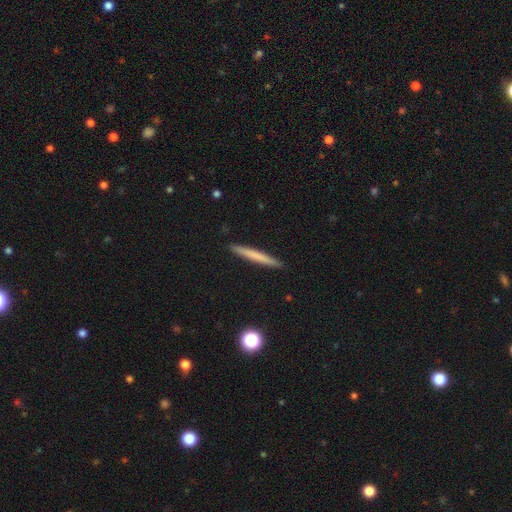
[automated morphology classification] smooth 65%, featured or disk 30%, star or artifact 6%. Down the decision tree: how rounded — cigar-shaped (97%); merging — none (92%).